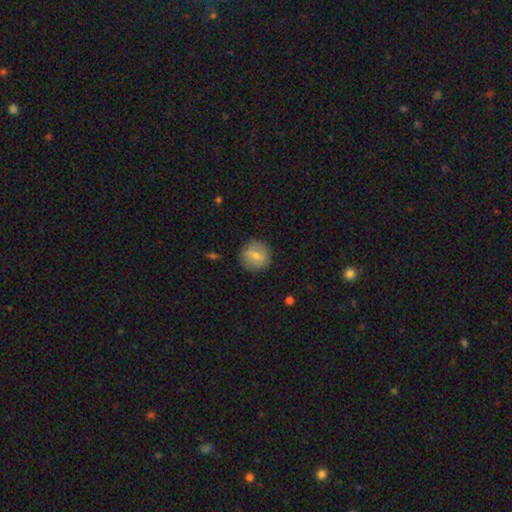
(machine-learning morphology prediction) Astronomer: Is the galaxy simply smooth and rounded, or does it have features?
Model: smooth — 67%.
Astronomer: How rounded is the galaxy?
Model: round — 89%.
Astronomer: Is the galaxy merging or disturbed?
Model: none — 87%.